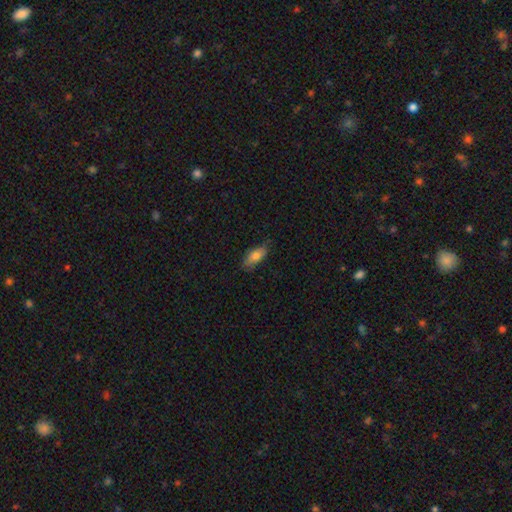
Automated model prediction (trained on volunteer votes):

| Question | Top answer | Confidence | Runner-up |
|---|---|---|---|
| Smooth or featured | smooth | 78% | featured or disk (15%) |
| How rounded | in between | 84% | cigar-shaped (14%) |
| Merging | none | 70% | minor disturbance (24%) |